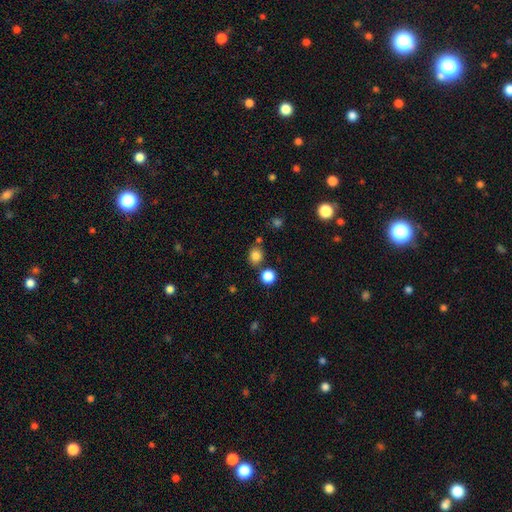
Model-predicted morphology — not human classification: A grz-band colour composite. It shows a smooth galaxy with no disk features (82%) that is round (71%). Merging: none (76%).